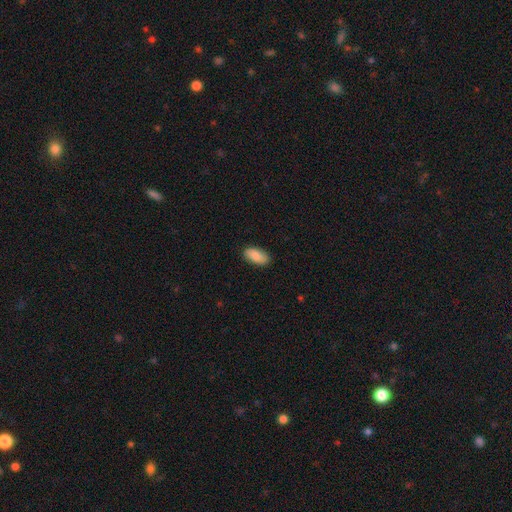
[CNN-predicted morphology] Q: Smooth or featured?
A: smooth (86%); runner-up: featured or disk (8%)
Q: How rounded?
A: in between (93%); runner-up: cigar-shaped (4%)
Q: Merging?
A: none (87%); runner-up: minor disturbance (10%)